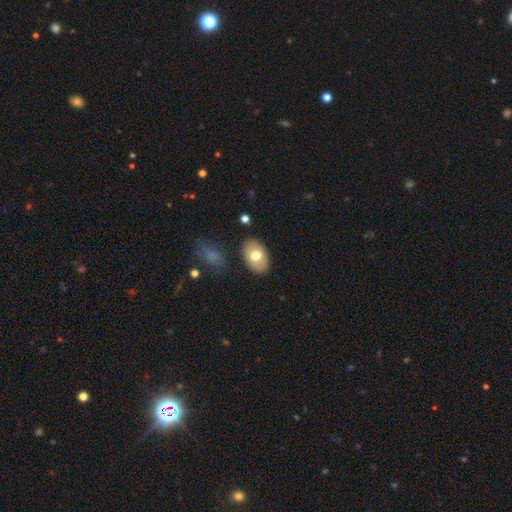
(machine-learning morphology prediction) This appears to be a smooth galaxy with no disk features (70%) that is in between round and cigar-shaped (88%). Merging: none (86%).